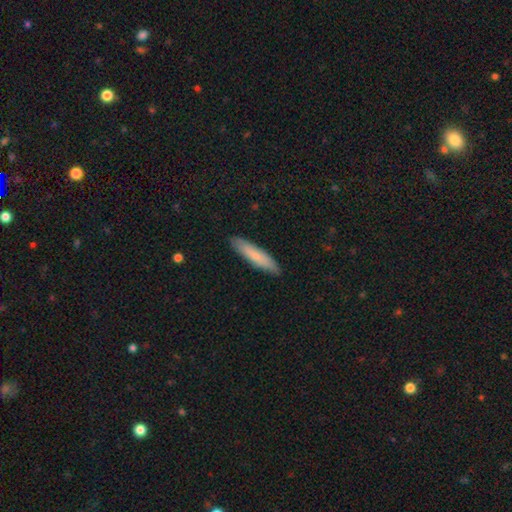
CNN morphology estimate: Smooth or featured: smooth — 76% (featured or disk — 18%)
How rounded: cigar-shaped — 84% (in between — 15%)
Merging: none — 88% (minor disturbance — 9%)